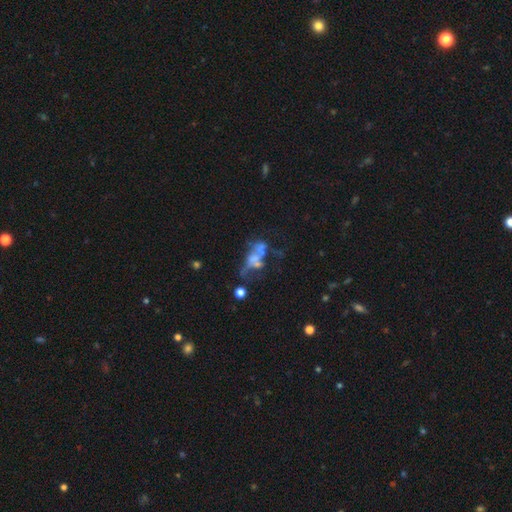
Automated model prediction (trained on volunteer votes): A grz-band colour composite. It shows a featured or disk galaxy (53%). Merging: major disturbance (32%).